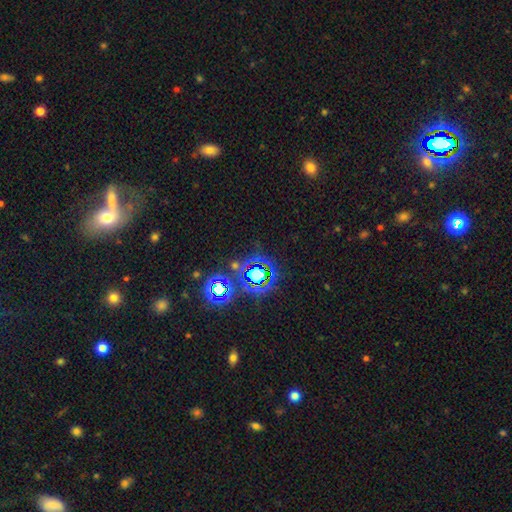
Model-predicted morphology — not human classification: Smooth or featured? star or artifact (68%)